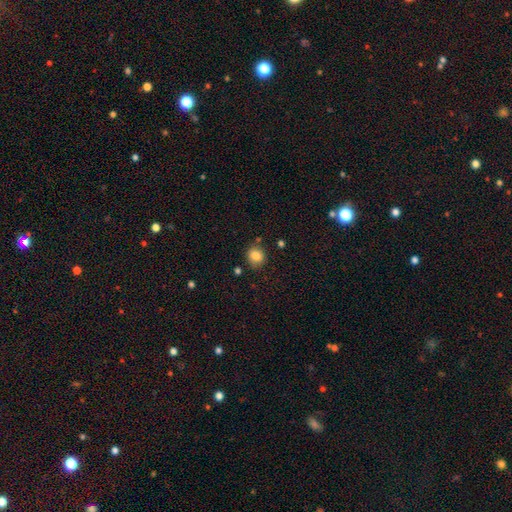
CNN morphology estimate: Smooth or featured?
  - smooth: 84% *
  - star or artifact: 10%
  - featured or disk: 6%
How rounded?
  - round: 78% *
  - in between: 21%
  - cigar-shaped: 1%
Merging?
  - none: 80% *
  - minor disturbance: 12%
  - merger: 4%
  - major disturbance: 3%